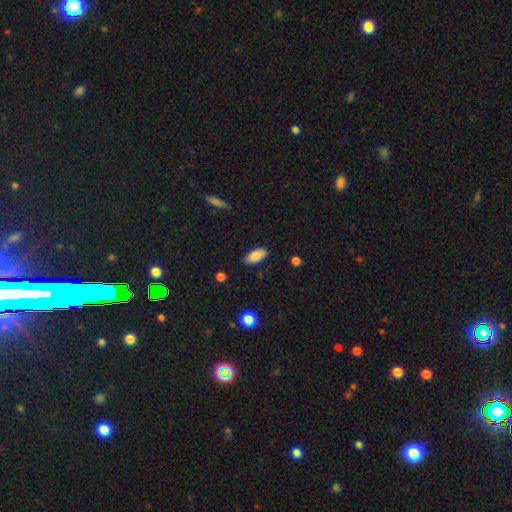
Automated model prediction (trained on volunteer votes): A smooth galaxy with no disk features (86%) that is in between round and cigar-shaped (92%). Merging: none (85%).